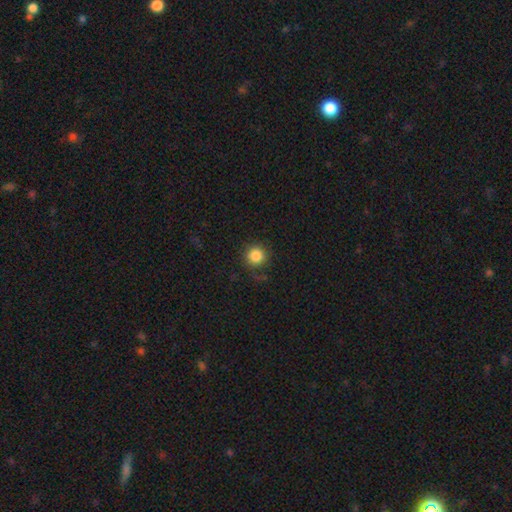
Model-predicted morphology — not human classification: This is clearly a smooth galaxy (85%). How rounded: clearly round (94%). Merging: likely none (80%).